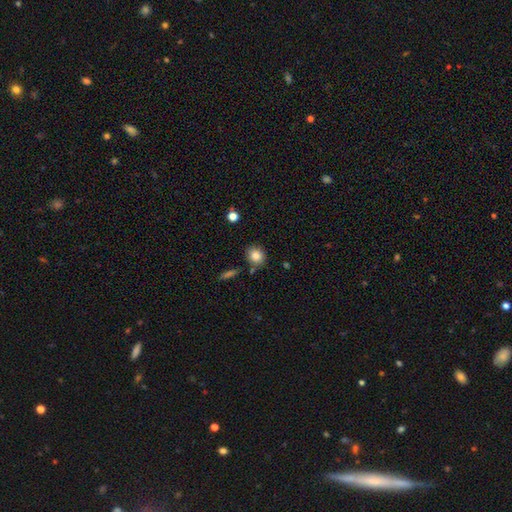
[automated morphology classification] Smooth or featured? Predicted: smooth (p=0.83). How rounded? Predicted: round (p=0.82). Merging? Predicted: none (p=0.81).